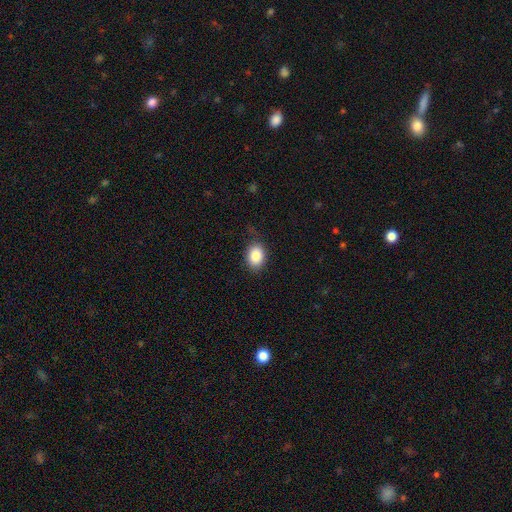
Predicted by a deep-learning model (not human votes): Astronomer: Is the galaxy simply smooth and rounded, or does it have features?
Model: smooth — 87%.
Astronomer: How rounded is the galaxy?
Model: in between — 73%.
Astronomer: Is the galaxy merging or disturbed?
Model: none — 79%.